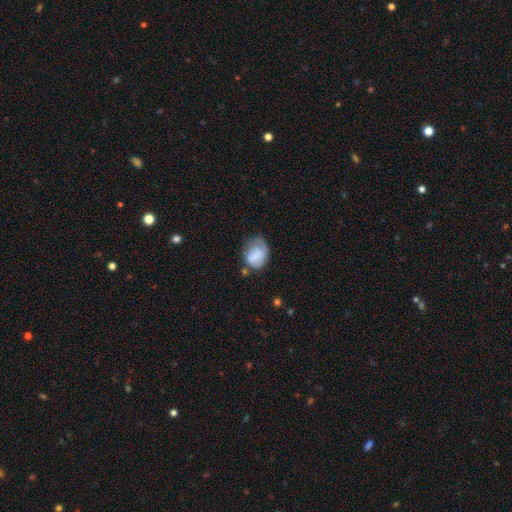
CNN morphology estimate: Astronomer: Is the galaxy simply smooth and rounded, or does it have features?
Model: smooth — 71%.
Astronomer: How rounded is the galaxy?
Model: in between — 60% (runner-up: round, 39%).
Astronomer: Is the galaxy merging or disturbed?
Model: none — 37% (runner-up: minor disturbance, 36%).